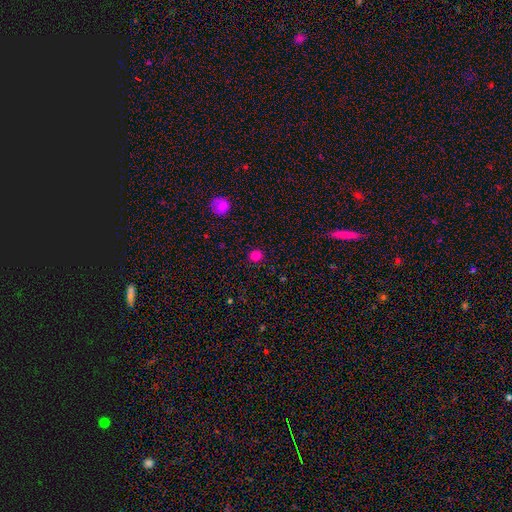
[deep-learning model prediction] Overall: smooth (83%). How rounded: round (87%). Merging: none (91%).